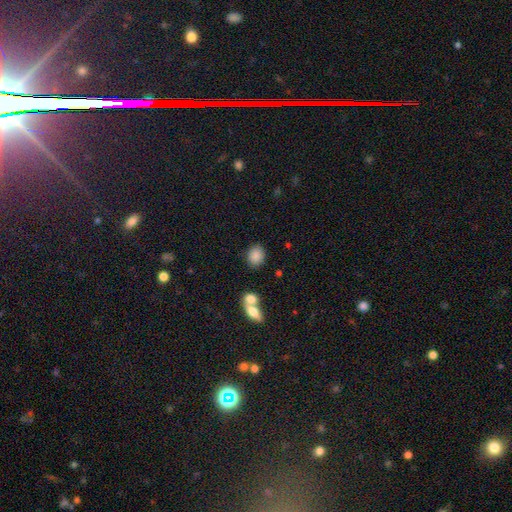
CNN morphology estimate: Smooth or featured: smooth — 87% (star or artifact — 8%)
How rounded: round — 51% (in between — 48%)
Merging: none — 77% (minor disturbance — 10%)